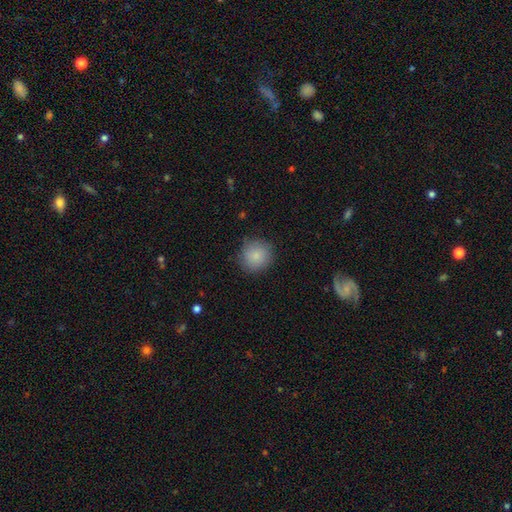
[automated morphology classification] Overall: smooth (87%). How rounded: round (90%). Merging: none (84%).